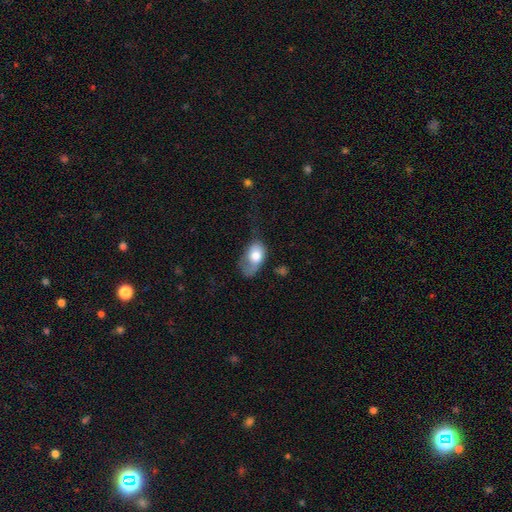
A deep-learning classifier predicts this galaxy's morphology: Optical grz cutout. It shows a smooth galaxy with no disk features (72%) that is in between round and cigar-shaped (86%). Merging: major disturbance (38%).